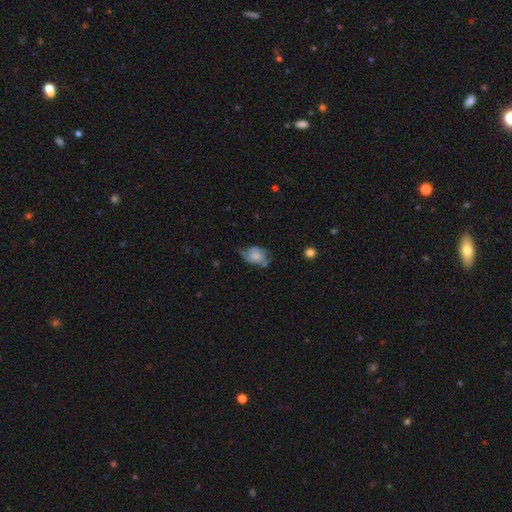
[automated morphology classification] Q: Smooth or featured?
A: smooth (56%); runner-up: featured or disk (35%)
Q: How rounded?
A: in between (70%); runner-up: round (28%)
Q: Merging?
A: minor disturbance (37%); runner-up: none (35%)